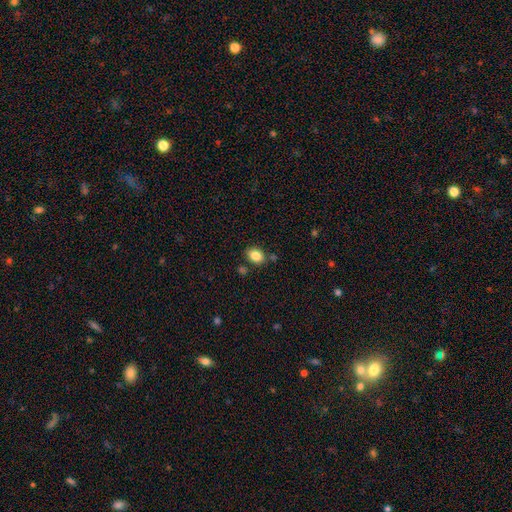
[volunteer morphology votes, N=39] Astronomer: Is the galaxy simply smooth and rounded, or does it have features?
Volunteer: smooth — 90%.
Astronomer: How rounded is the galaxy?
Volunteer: in between — 83%.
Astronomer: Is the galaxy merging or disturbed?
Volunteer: none — 84%.